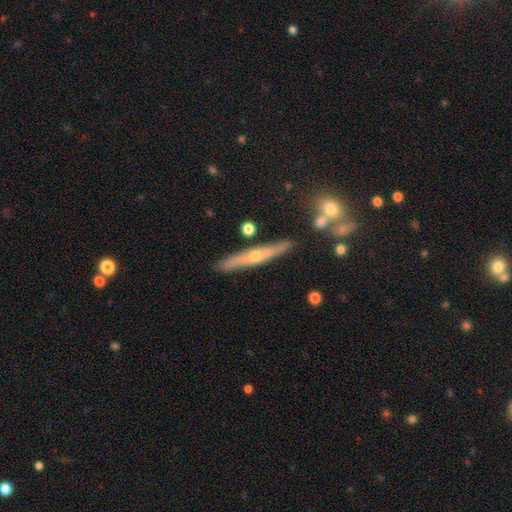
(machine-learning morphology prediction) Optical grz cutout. It shows a featured or disk galaxy (65%) viewed edge-on (93%) with a rounded central bulge (82%). Merging: none (85%).